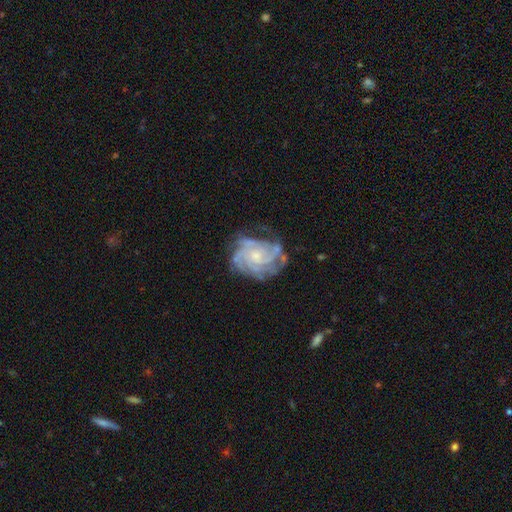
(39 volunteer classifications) Smooth or featured: featured or disk — 95% (smooth — 3%)
Edge-on disk: no — 97% (yes — 3%)
Bar: no — 75% (weak — 17%)
Spiral arms: yes — 97% (no — 3%)
Spiral winding: tight — 89% (medium — 11%)
Spiral arm count: more than 4 — 40% (4 — 34%)
Bulge size: small — 53% (moderate — 33%)
Merging: none — 76% (minor disturbance — 16%)